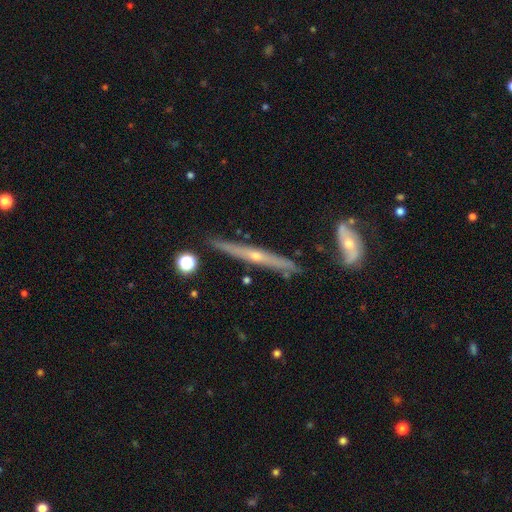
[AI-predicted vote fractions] This appears to be a featured or disk galaxy (74%) viewed edge-on (95%) with a rounded central bulge (72%). Merging: none (83%).